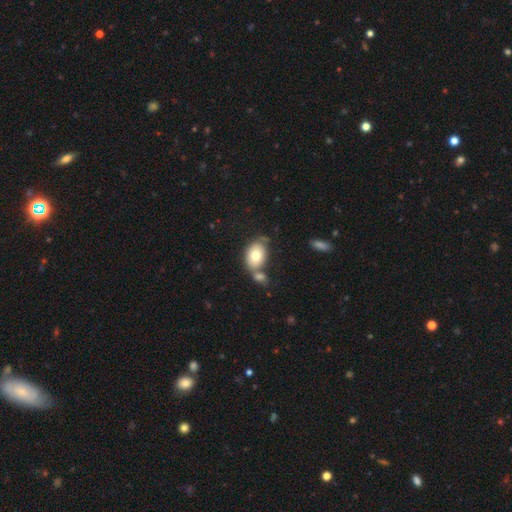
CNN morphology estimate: This appears to be a smooth galaxy with no disk features (74%) that is in between round and cigar-shaped (82%). Merging: none (47%).